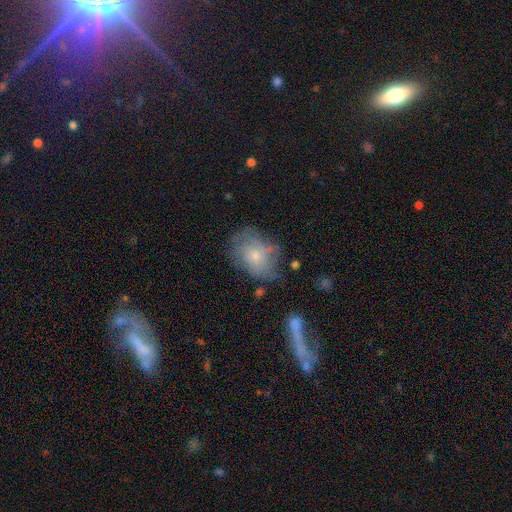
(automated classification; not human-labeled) Overall: smooth (51%; featured or disk 40%). How rounded: in between (60%; round 39%). Merging: none (57%; minor disturbance 26%).